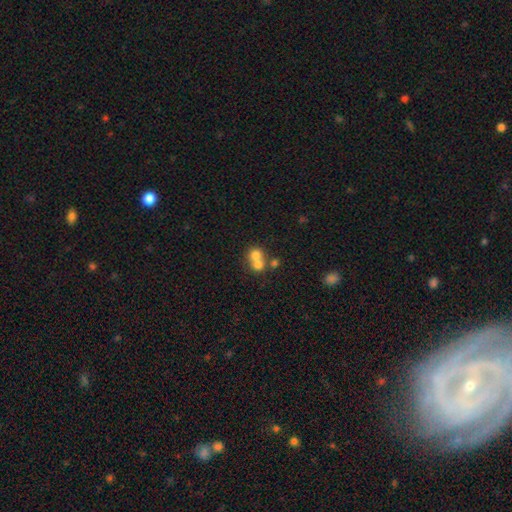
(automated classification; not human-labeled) Smooth or featured?
  - smooth: 71% *
  - featured or disk: 18%
  - star or artifact: 11%
How rounded?
  - round: 81% *
  - in between: 18%
  - cigar-shaped: 1%
Merging?
  - merger: 63% *
  - none: 30%
  - minor disturbance: 5%
  - major disturbance: 3%